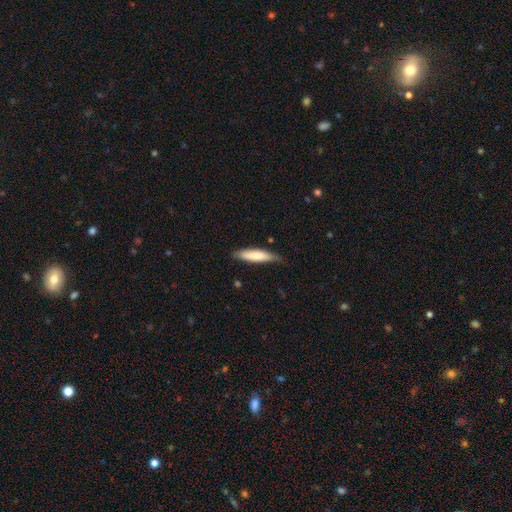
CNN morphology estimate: Q: Smooth or featured?
A: smooth (76%); runner-up: featured or disk (19%)
Q: How rounded?
A: cigar-shaped (76%); runner-up: in between (22%)
Q: Merging?
A: none (74%); runner-up: minor disturbance (22%)